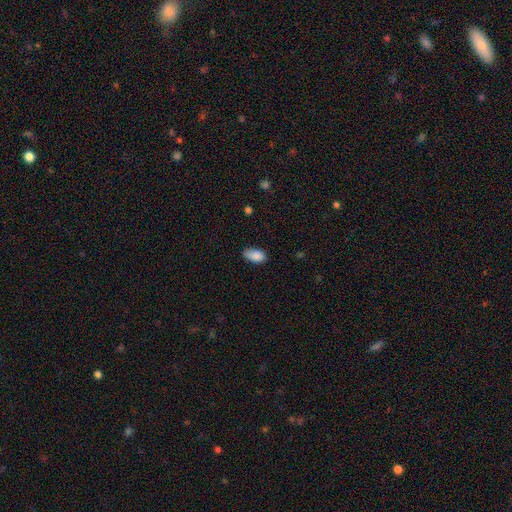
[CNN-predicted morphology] type=smooth (88%); roundness=in between (93%); merging=none (72%).